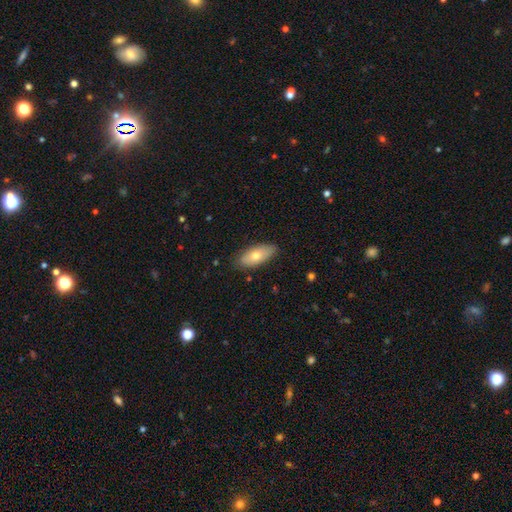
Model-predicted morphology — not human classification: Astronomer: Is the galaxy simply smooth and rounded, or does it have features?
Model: smooth — 70%.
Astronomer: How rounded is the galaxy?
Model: in between — 85%.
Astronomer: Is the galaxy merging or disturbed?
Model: none — 83%.